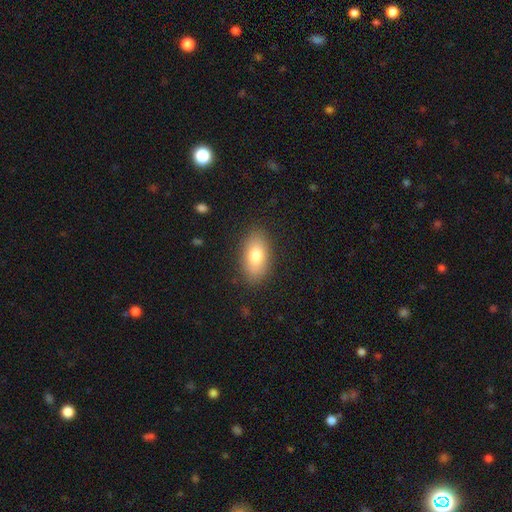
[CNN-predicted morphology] This appears to be a smooth galaxy with no disk features (77%) that is in between round and cigar-shaped (90%). Merging: none (86%).